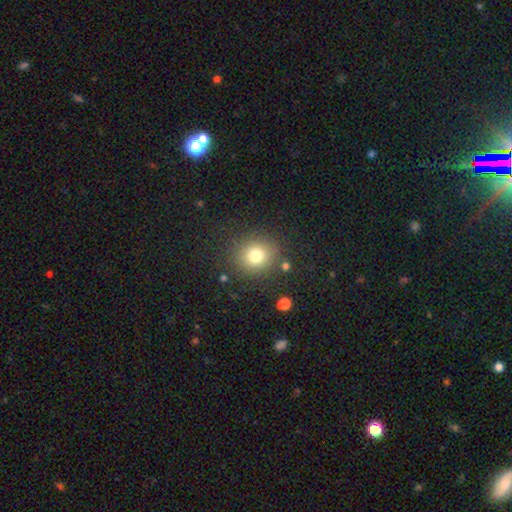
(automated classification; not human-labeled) The model was most divided on "smooth or featured": smooth: 78%, star or artifact: 13%, featured or disk: 9%. More confident: how rounded — round (86%); merging — none (85%).